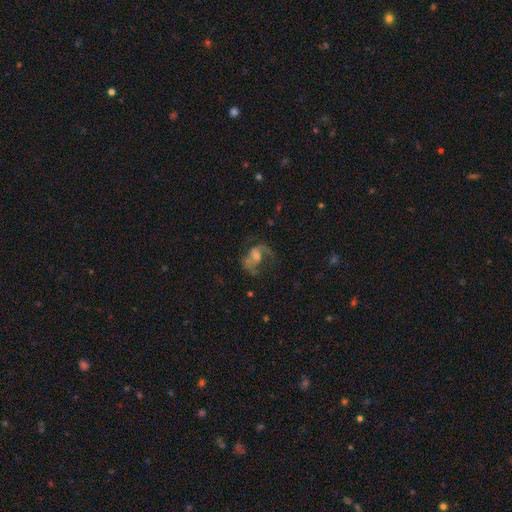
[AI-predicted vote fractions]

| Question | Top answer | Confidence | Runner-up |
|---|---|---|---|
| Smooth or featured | featured or disk | 67% | smooth (20%) |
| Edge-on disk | no | 97% | yes (3%) |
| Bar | no | 57% | weak (33%) |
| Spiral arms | yes | 76% | no (24%) |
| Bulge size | moderate | 47% | small (32%) |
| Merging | none | 41% | major disturbance (36%) |